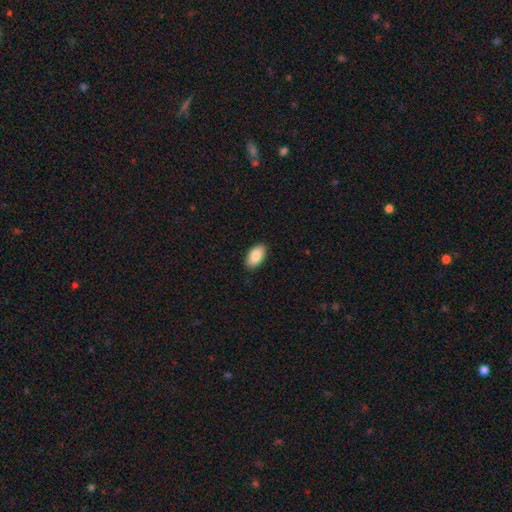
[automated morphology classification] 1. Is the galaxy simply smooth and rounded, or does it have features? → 88% smooth, 6% star or artifact, 6% featured or disk.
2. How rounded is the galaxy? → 95% in between, 3% round, 2% cigar-shaped.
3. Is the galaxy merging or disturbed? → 89% none, 8% minor disturbance, 2% major disturbance, 1% merger.